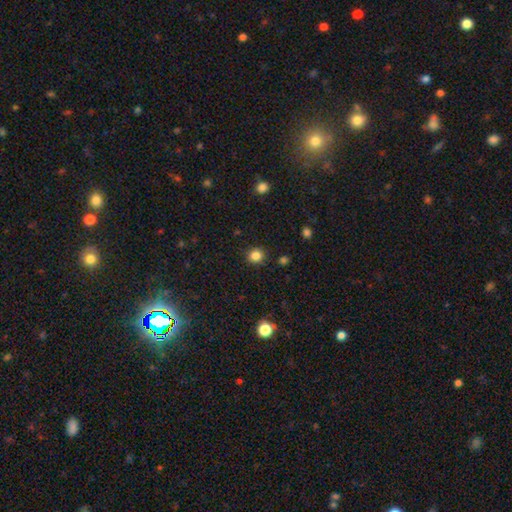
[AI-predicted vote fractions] smooth 84%, star or artifact 12%, featured or disk 4%. Down the decision tree: how rounded — round (85%); merging — none (88%).